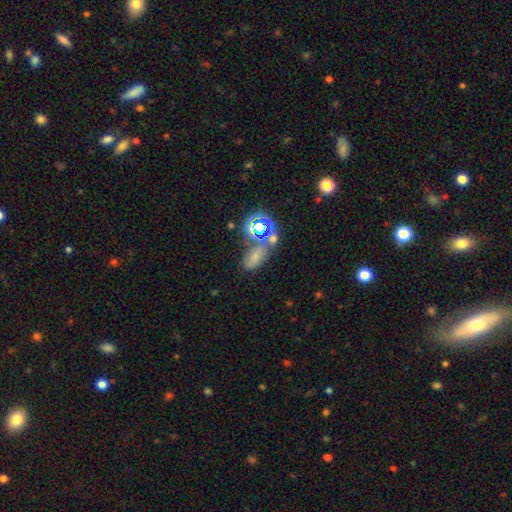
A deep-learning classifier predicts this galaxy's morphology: The model was most divided on "merging": none: 46%, merger: 27%, minor disturbance: 17%, major disturbance: 10%. More confident: how rounded — in between (83%); smooth or featured — smooth (53%).